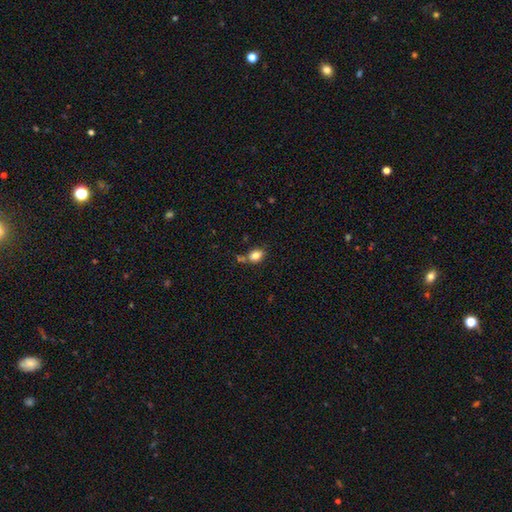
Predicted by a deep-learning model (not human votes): smooth_or_featured: smooth (p=0.81) [alt: star or artifact p=0.10]
how_rounded: in between (p=0.67) [alt: round p=0.32]
merging: none (p=0.61) [alt: minor disturbance p=0.18]